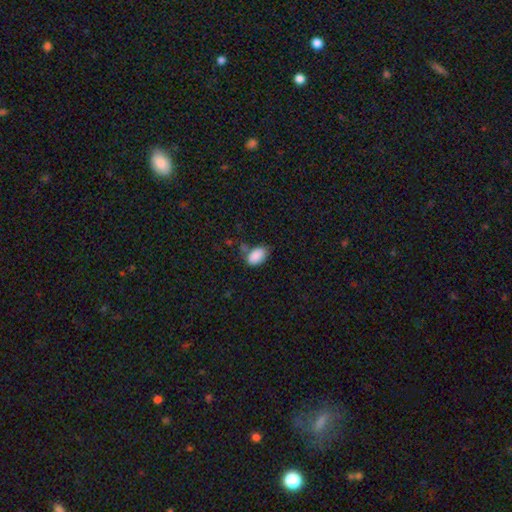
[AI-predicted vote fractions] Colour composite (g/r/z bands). It shows a smooth galaxy with no disk features (87%) that is in between round and cigar-shaped (90%). Merging: none (56%).